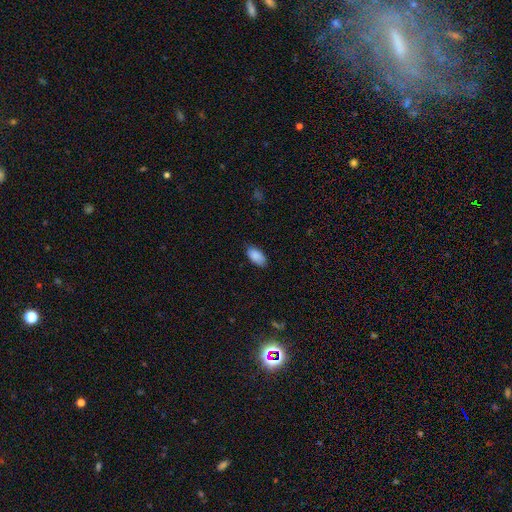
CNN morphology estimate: smooth_or_featured: smooth (p=0.89) [alt: star or artifact p=0.07]
how_rounded: in between (p=0.94) [alt: cigar-shaped p=0.04]
merging: none (p=0.81) [alt: minor disturbance p=0.15]